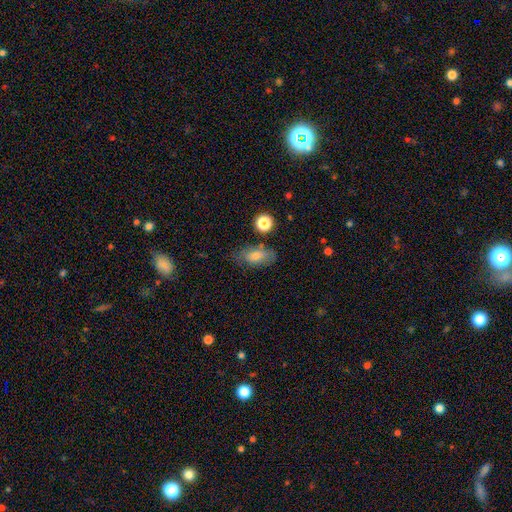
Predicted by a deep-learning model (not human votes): A smooth galaxy with no disk features (68%) that is in between round and cigar-shaped (84%).

Vote fractions:
- Smooth or featured? smooth: 68% / featured or disk: 22% / star or artifact: 9%
- How rounded? in between: 84% / cigar-shaped: 9% / round: 7%
- Merging? none: 70% / minor disturbance: 19% / major disturbance: 6% / merger: 4%